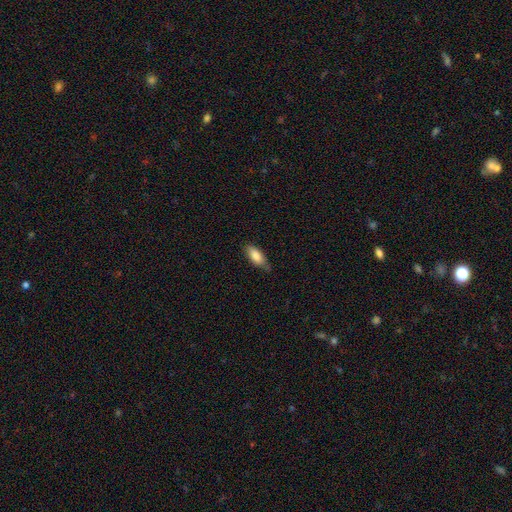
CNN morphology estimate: type=smooth (84%); roundness=in between (82%); merging=none (68%).